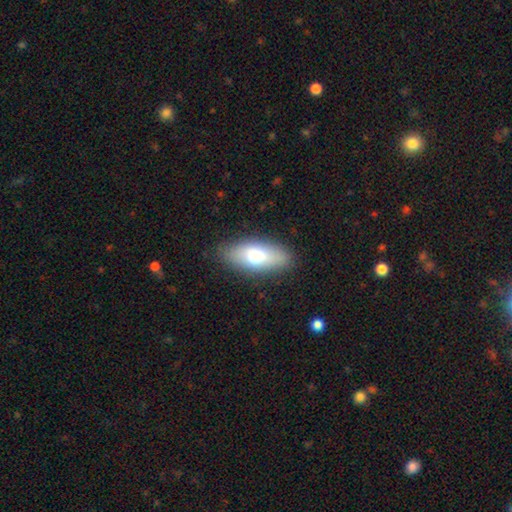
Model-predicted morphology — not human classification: Smooth or featured?
  - smooth: 74% *
  - featured or disk: 20%
  - star or artifact: 6%
How rounded?
  - in between: 78% *
  - cigar-shaped: 19%
  - round: 3%
Merging?
  - none: 86% *
  - minor disturbance: 10%
  - major disturbance: 2%
  - merger: 1%